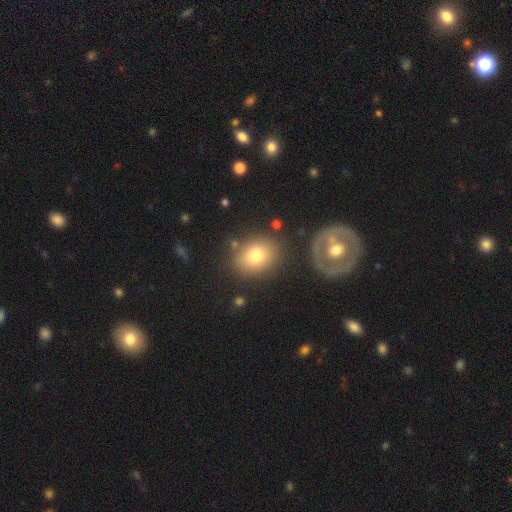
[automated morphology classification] A smooth galaxy with no disk features (71%) that is in between round and cigar-shaped (50%). Merging: none (78%).